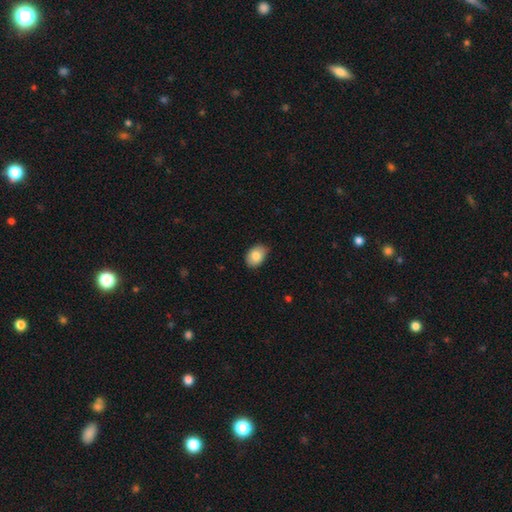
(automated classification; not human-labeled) smooth-or-featured: smooth: 82% | featured or disk: 11% | star or artifact: 7%
  how-rounded: in between: 83% | round: 16% | cigar-shaped: 1%
  merging: none: 78% | minor disturbance: 18% | major disturbance: 2% | merger: 1%